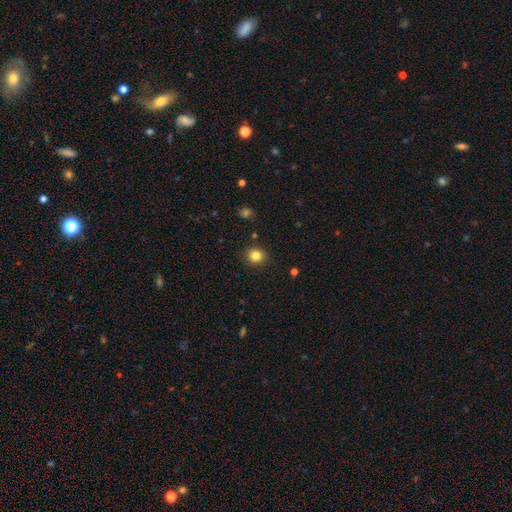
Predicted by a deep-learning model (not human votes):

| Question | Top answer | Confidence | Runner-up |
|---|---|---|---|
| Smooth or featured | smooth | 83% | star or artifact (12%) |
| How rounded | round | 86% | in between (13%) |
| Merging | none | 91% | minor disturbance (6%) |